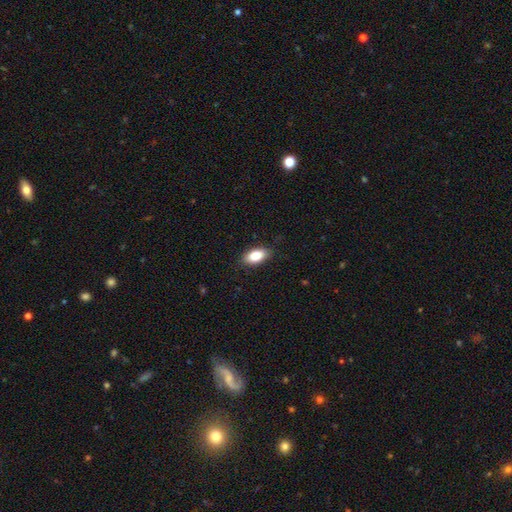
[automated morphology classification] A smooth galaxy with no disk features (84%) that is in between round and cigar-shaped (91%).

Vote fractions:
- Smooth or featured? smooth: 84% / featured or disk: 9% / star or artifact: 7%
- How rounded? in between: 91% / round: 5% / cigar-shaped: 5%
- Merging? none: 86% / minor disturbance: 11% / major disturbance: 2% / merger: 1%